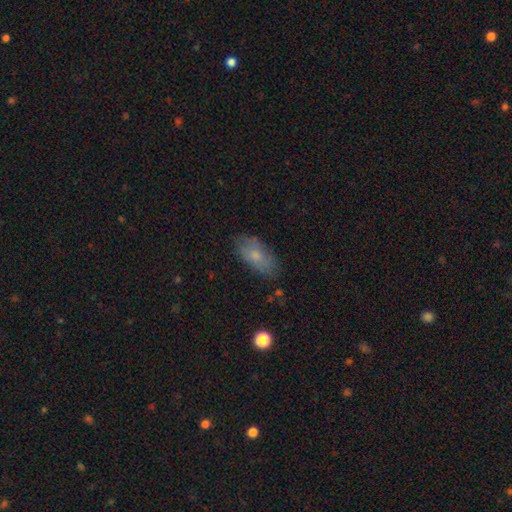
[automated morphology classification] Smooth or featured? Predicted: smooth (p=0.71). How rounded? Predicted: in between (p=0.89). Merging? Predicted: none (p=0.75).